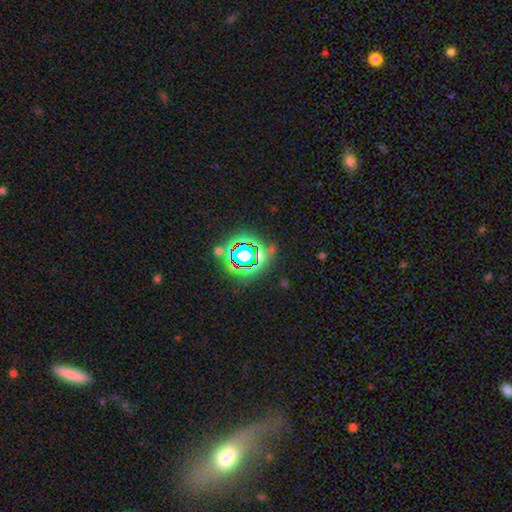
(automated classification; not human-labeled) Overall: star or artifact (67%).